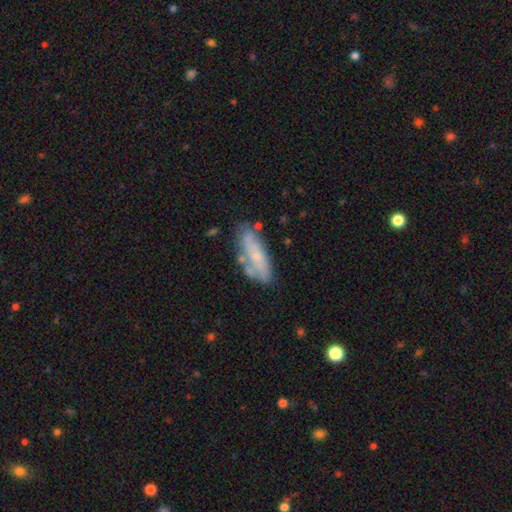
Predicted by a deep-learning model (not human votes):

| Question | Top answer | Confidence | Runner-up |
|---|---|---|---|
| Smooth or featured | featured or disk | 49% | smooth (43%) |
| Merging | none | 64% | minor disturbance (21%) |